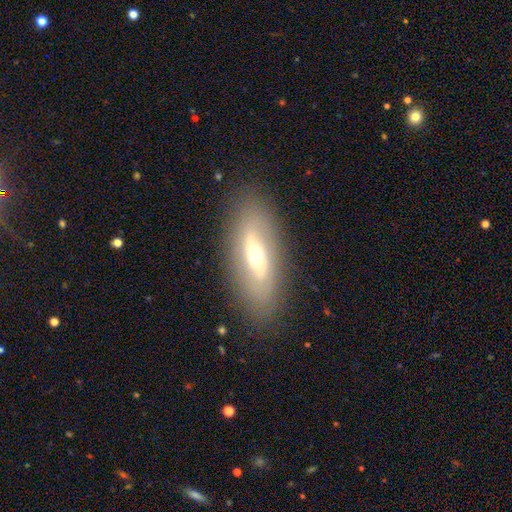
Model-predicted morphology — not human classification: smooth_or_featured: featured or disk (p=0.55) [alt: smooth p=0.36]
disk_edge_on: no (p=0.65) [alt: yes p=0.35]
merging: none (p=0.86) [alt: minor disturbance p=0.10]